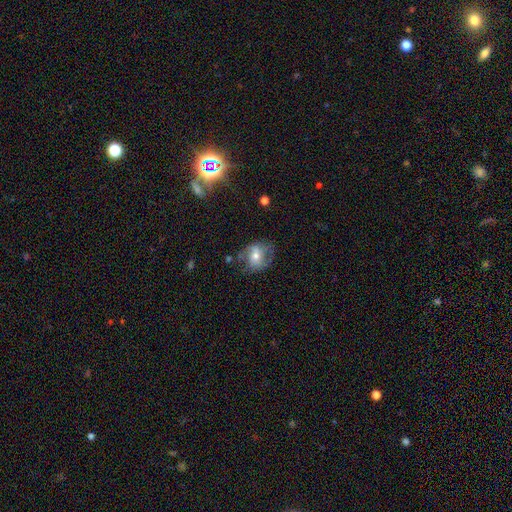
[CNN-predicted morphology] The model was most divided on "smooth or featured": featured or disk: 52%, smooth: 38%, star or artifact: 9%. More confident: edge-on disk — no (95%); merging — none (58%).